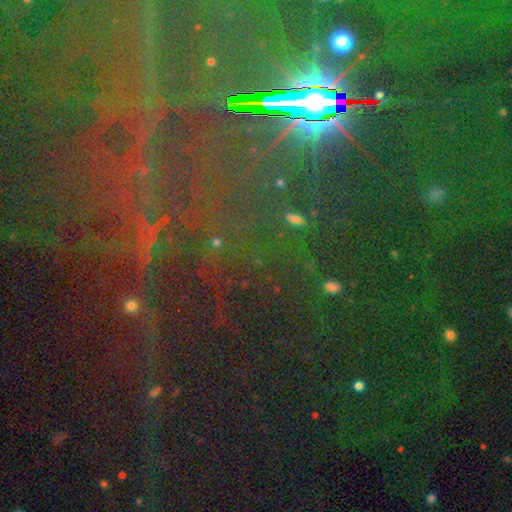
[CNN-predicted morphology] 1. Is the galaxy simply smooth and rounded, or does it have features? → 85% star or artifact, 8% smooth, 7% featured or disk.